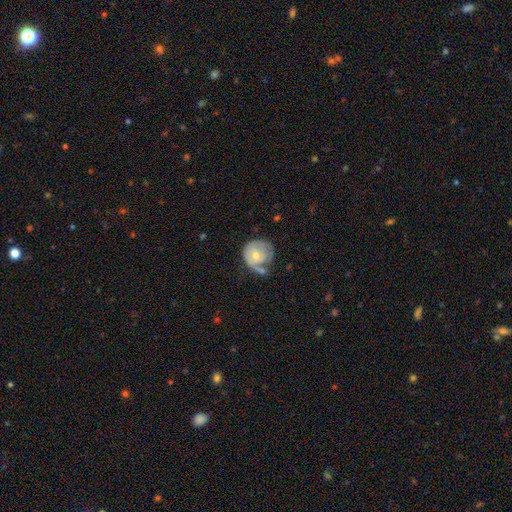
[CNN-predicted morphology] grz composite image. It shows a smooth galaxy with no disk features (49%). Merging: none (38%).